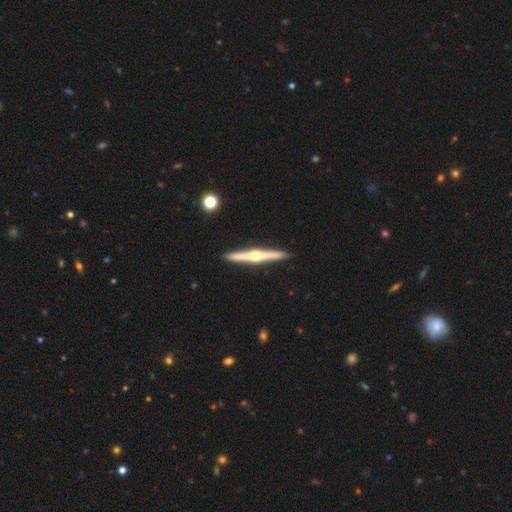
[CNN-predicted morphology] type=featured or disk (80%); edge-on=yes (98%); edge-on bulge=rounded (92%); merging=none (92%).